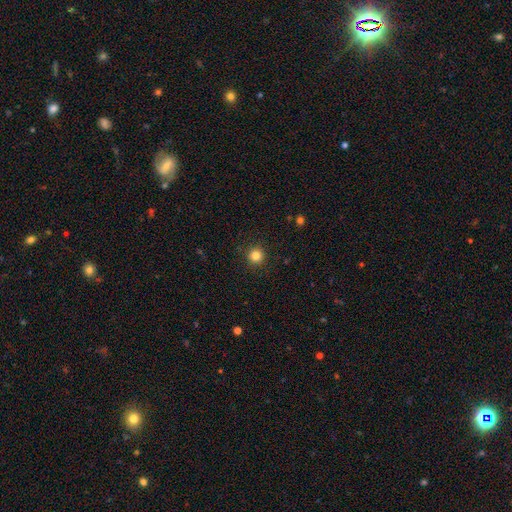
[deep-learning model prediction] This appears to be a smooth galaxy with no disk features (84%) that is round (96%). Merging: none (92%).